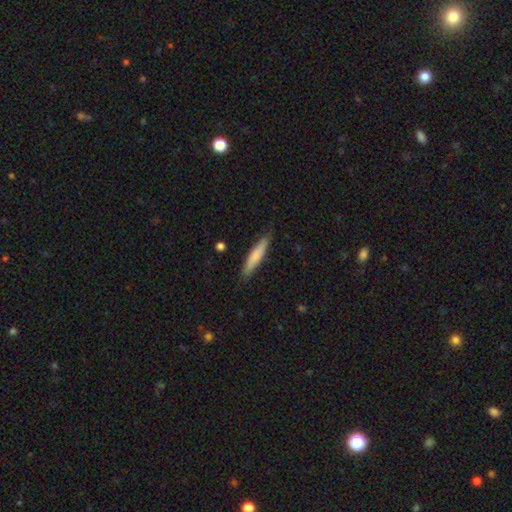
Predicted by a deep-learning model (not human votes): Morphology: type=smooth (74%); roundness=cigar-shaped (88%); merging=none (84%).